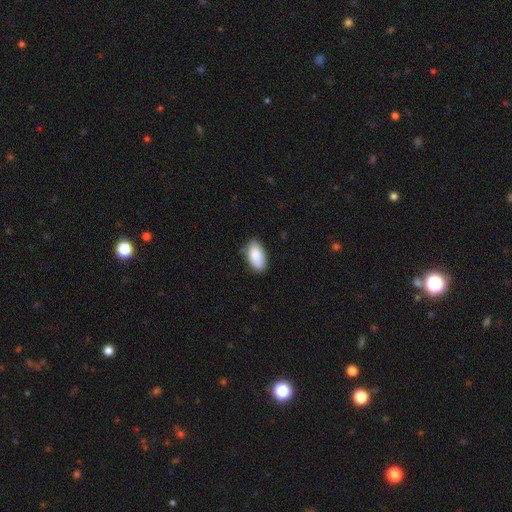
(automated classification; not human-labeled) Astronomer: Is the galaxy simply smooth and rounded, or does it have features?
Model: smooth — 88%.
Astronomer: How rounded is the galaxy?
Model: in between — 94%.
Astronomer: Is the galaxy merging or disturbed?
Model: none — 78%.